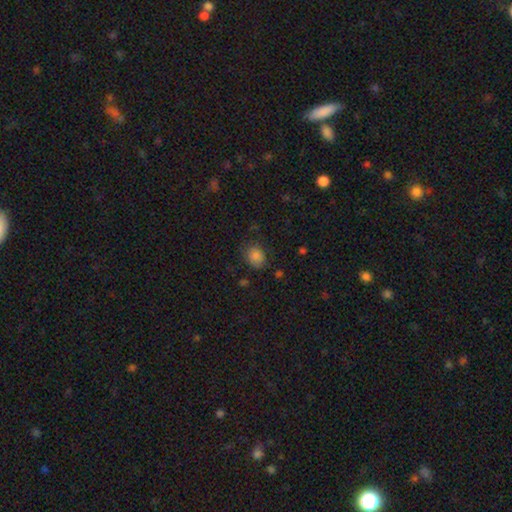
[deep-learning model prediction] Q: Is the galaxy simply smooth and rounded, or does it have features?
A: smooth — 84%.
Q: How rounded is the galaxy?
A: round — 57%.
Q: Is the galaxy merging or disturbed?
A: none — 71%.